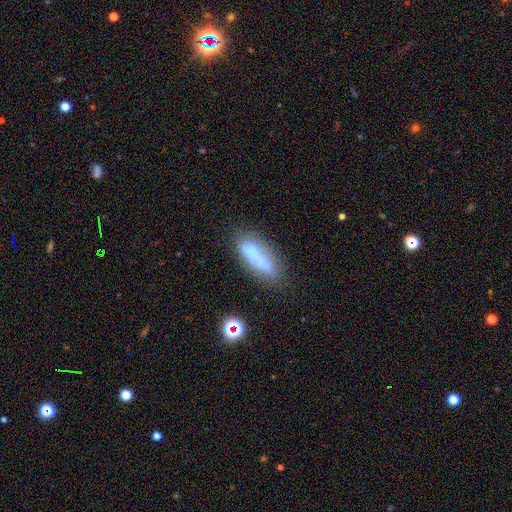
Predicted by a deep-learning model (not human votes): The model was most divided on "how rounded": in between: 52%, cigar-shaped: 45%, round: 3%. More confident: smooth or featured — smooth (63%); merging — none (60%).